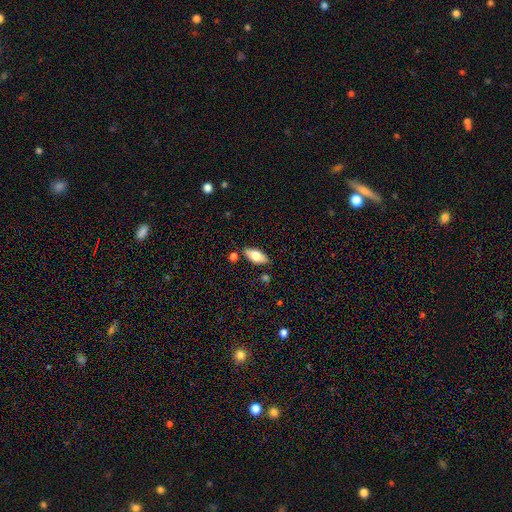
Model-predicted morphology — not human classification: Smooth or featured?
  - smooth: 70% *
  - featured or disk: 23%
  - star or artifact: 7%
How rounded?
  - in between: 84% *
  - cigar-shaped: 13%
  - round: 3%
Merging?
  - none: 83% *
  - minor disturbance: 11%
  - merger: 4%
  - major disturbance: 2%